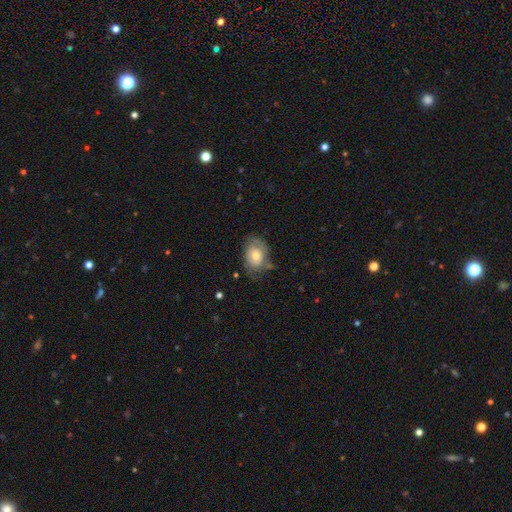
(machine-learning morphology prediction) smooth 52%, featured or disk 41%, star or artifact 8%. Down the decision tree: how rounded — in between (77%); merging — none (55%).